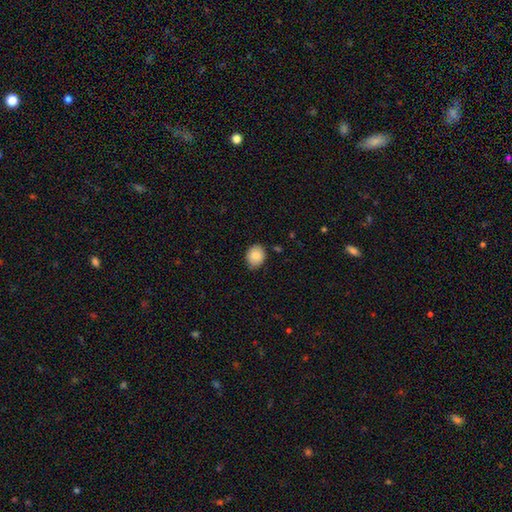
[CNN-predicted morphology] type=smooth (87%); roundness=round (52%); merging=none (80%).